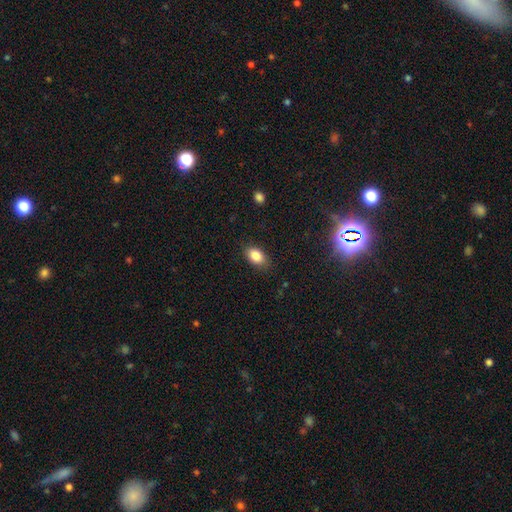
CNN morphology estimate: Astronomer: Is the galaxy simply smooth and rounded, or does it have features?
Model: smooth — 85%.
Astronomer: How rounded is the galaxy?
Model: in between — 89%.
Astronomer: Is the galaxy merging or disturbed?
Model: none — 84%.